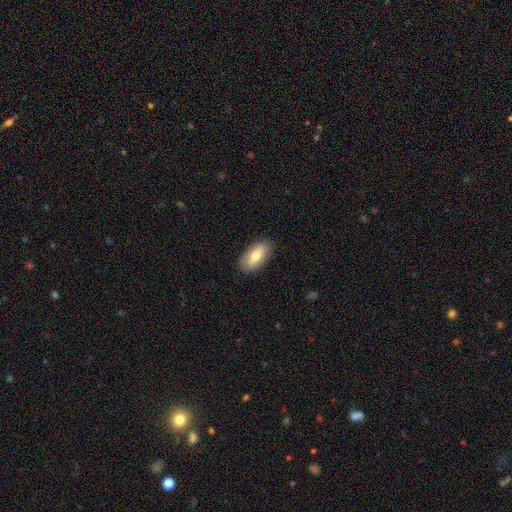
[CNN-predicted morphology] Q: Smooth or featured?
A: smooth (69%); runner-up: featured or disk (25%)
Q: How rounded?
A: in between (90%); runner-up: cigar-shaped (7%)
Q: Merging?
A: none (87%); runner-up: minor disturbance (9%)